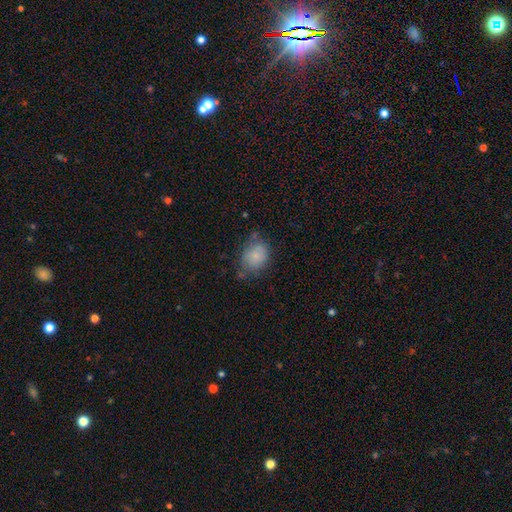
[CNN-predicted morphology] A smooth galaxy with no disk features (80%) that is in between round and cigar-shaped (61%). Merging: none (57%).